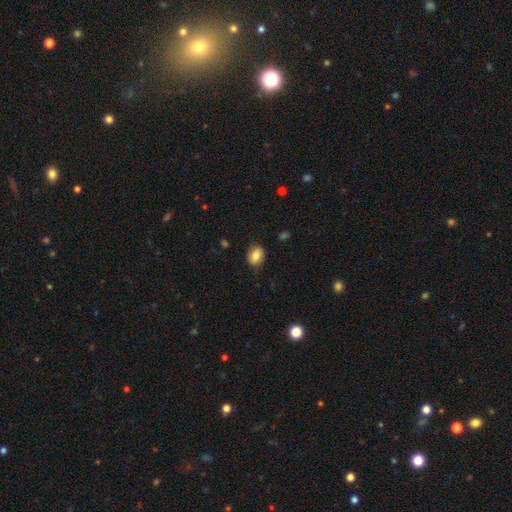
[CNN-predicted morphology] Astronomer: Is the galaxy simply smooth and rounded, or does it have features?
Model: smooth — 81%.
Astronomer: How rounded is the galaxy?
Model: in between — 66%.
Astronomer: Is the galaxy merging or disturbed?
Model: none — 79%.